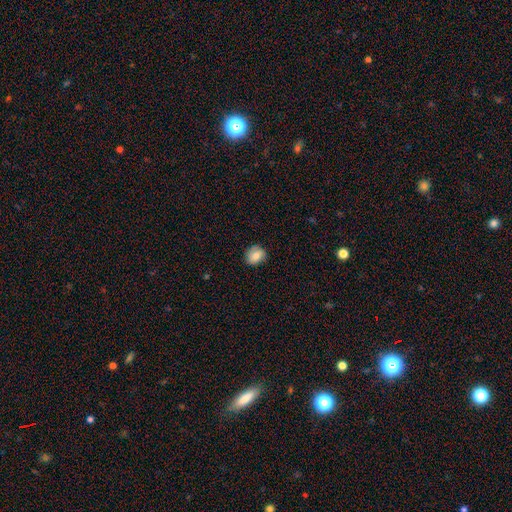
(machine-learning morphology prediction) Q: Smooth or featured?
A: smooth (73%); runner-up: featured or disk (19%)
Q: How rounded?
A: round (61%); runner-up: in between (38%)
Q: Merging?
A: none (76%); runner-up: minor disturbance (19%)